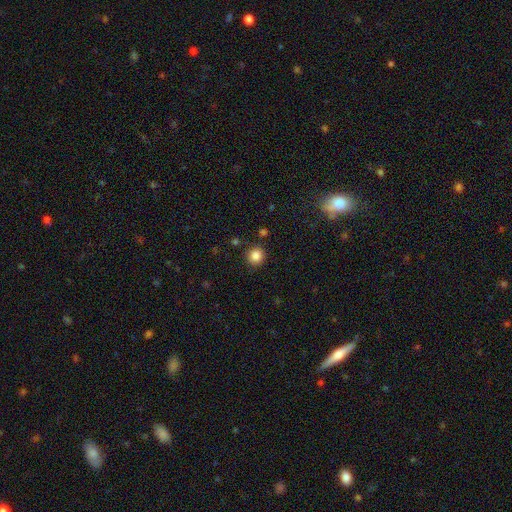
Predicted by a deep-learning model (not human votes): A smooth galaxy with no disk features (85%) that is round (91%).

Vote fractions:
- Smooth or featured? smooth: 85% / star or artifact: 11% / featured or disk: 4%
- How rounded? round: 91% / in between: 8% / cigar-shaped: 1%
- Merging? none: 88% / minor disturbance: 7% / merger: 3% / major disturbance: 2%